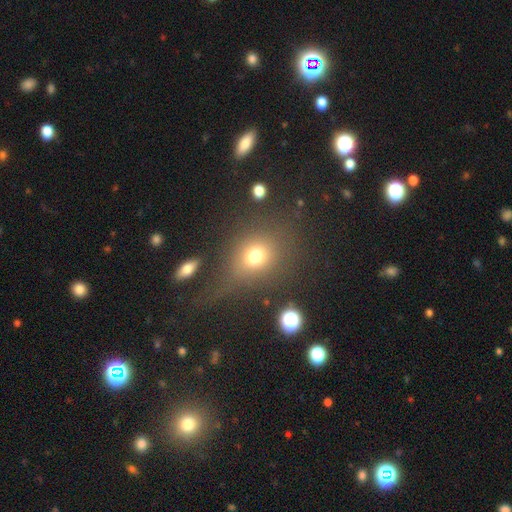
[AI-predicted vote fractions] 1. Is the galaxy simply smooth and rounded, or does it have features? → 73% smooth, 15% star or artifact, 12% featured or disk.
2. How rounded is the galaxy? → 57% round, 41% in between, 3% cigar-shaped.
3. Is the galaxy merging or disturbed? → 63% none, 15% major disturbance, 15% minor disturbance, 8% merger.